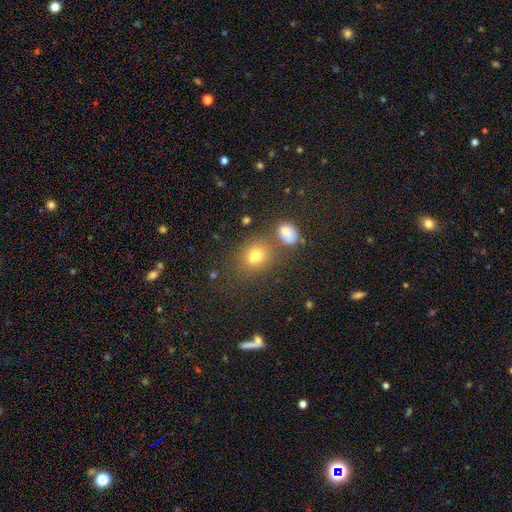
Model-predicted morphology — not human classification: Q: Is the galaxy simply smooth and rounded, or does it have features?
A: smooth — 69%.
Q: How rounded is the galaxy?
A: round — 66%.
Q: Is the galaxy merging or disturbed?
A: none — 68%.